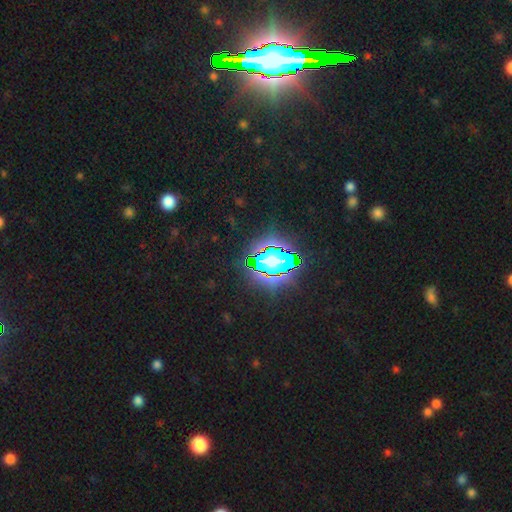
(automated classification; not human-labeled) Morphology: type=star or artifact (76%).